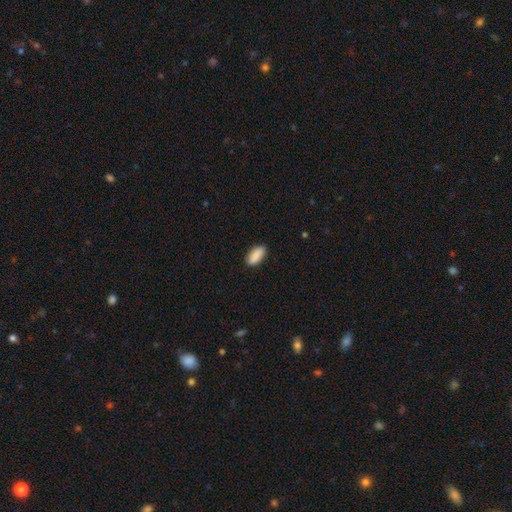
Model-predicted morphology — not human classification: type=smooth (89%); roundness=in between (88%); merging=none (86%).